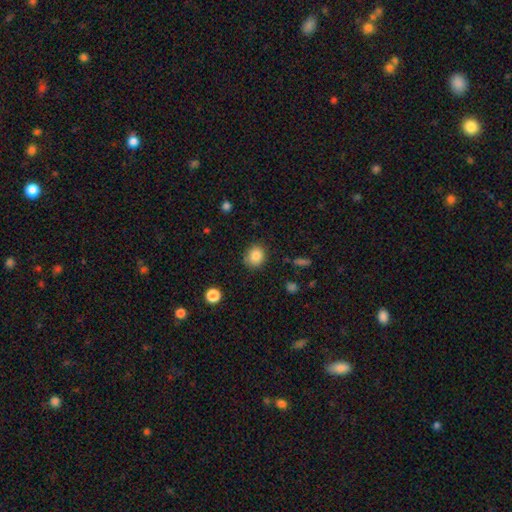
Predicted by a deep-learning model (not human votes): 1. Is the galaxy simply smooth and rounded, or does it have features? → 85% smooth, 10% star or artifact, 5% featured or disk.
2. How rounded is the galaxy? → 78% round, 21% in between, 1% cigar-shaped.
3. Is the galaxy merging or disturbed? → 84% none, 12% minor disturbance, 3% major disturbance, 2% merger.